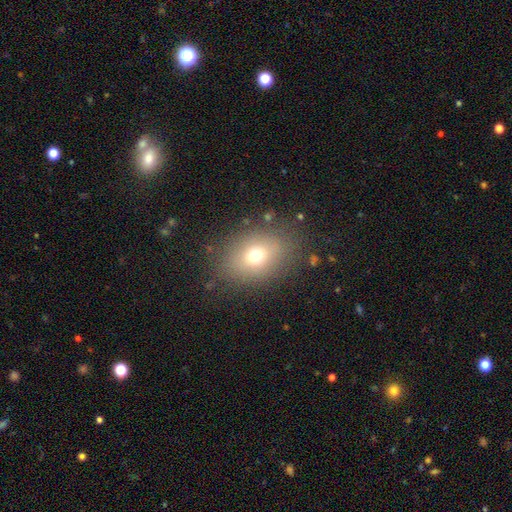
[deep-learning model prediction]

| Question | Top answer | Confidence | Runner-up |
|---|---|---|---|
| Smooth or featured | smooth | 70% | featured or disk (15%) |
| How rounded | in between | 66% | round (33%) |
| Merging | none | 81% | minor disturbance (11%) |